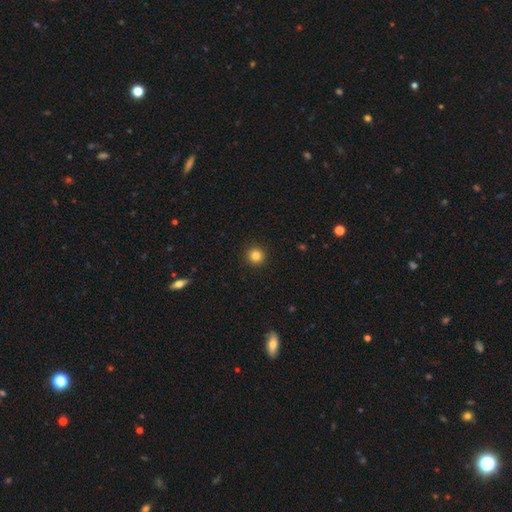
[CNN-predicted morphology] type=smooth (84%); roundness=round (96%); merging=none (93%).